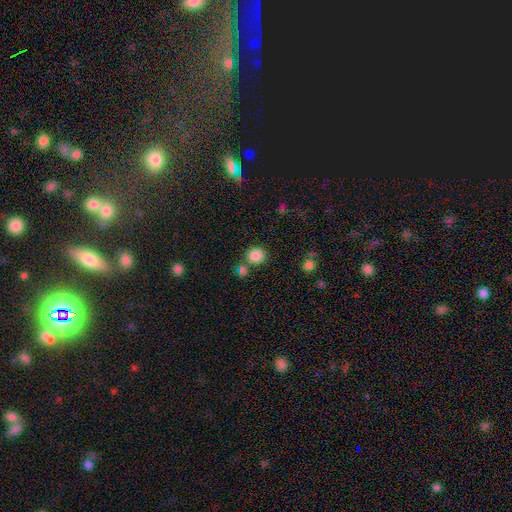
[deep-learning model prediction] Morphology: type=smooth (85%); roundness=round (84%); merging=none (71%).